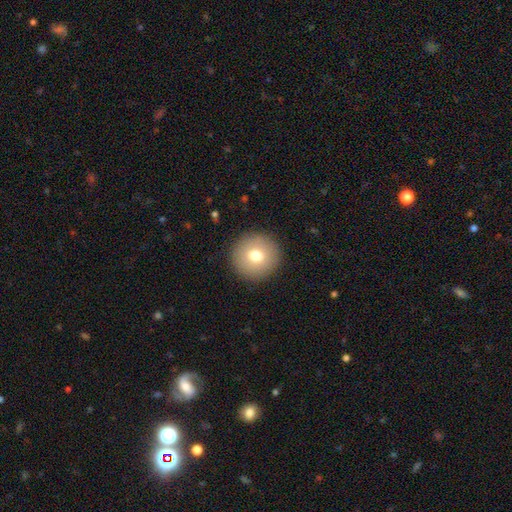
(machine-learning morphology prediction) This is likely a smooth galaxy (74%). How rounded: clearly round (96%). Merging: clearly none (92%).